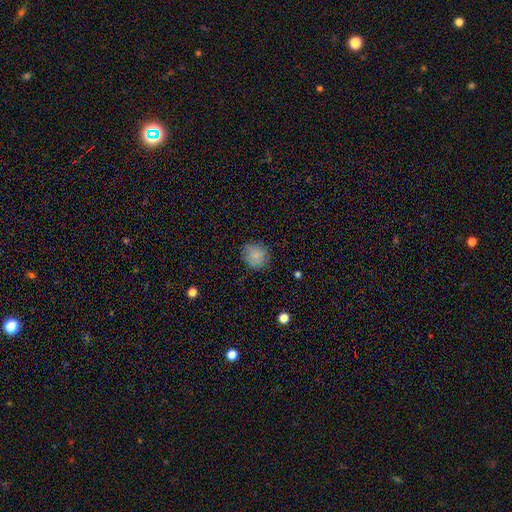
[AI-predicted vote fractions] smooth 81%, star or artifact 10%, featured or disk 9%. Down the decision tree: how rounded — round (78%); merging — none (75%).